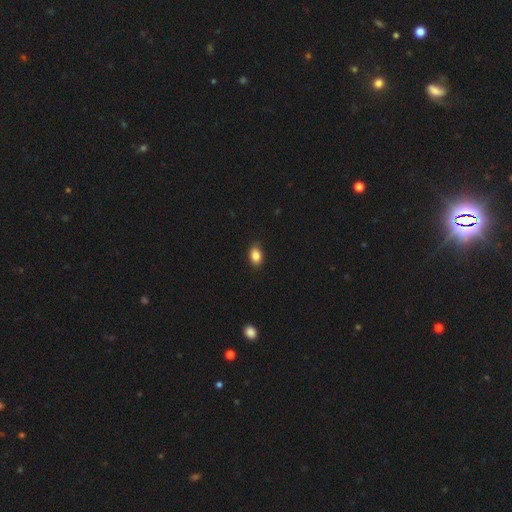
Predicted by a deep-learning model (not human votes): smooth-or-featured: smooth: 85% | star or artifact: 9% | featured or disk: 6%
  how-rounded: in between: 84% | round: 15% | cigar-shaped: 2%
  merging: none: 85% | minor disturbance: 12% | major disturbance: 2% | merger: 1%